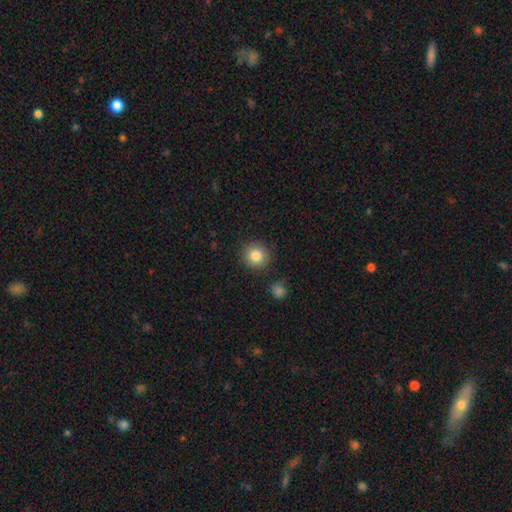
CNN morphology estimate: Smooth or featured: smooth — 84% (star or artifact — 10%)
How rounded: round — 89% (in between — 10%)
Merging: none — 87% (minor disturbance — 8%)